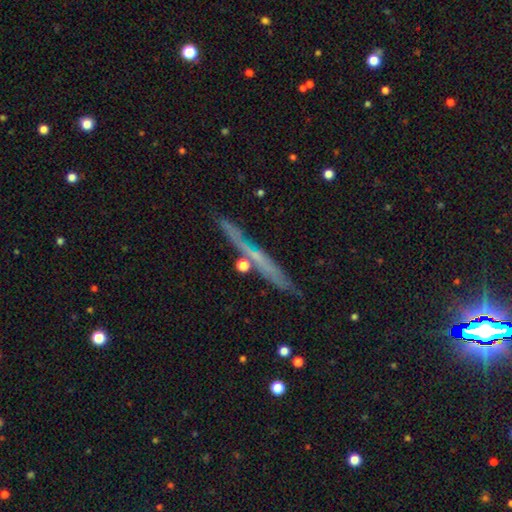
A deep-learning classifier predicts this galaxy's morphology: Smooth or featured?
  - featured or disk: 53% *
  - smooth: 37%
  - star or artifact: 10%
Edge-on disk?
  - yes: 94% *
  - no: 6%
Merging?
  - none: 84% *
  - minor disturbance: 10%
  - merger: 3%
  - major disturbance: 2%